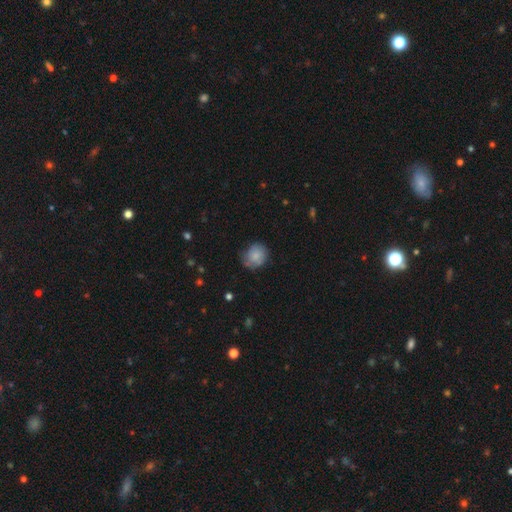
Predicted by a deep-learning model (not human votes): Smooth or featured: smooth — 78% (featured or disk — 14%)
How rounded: round — 76% (in between — 23%)
Merging: none — 67% (minor disturbance — 25%)